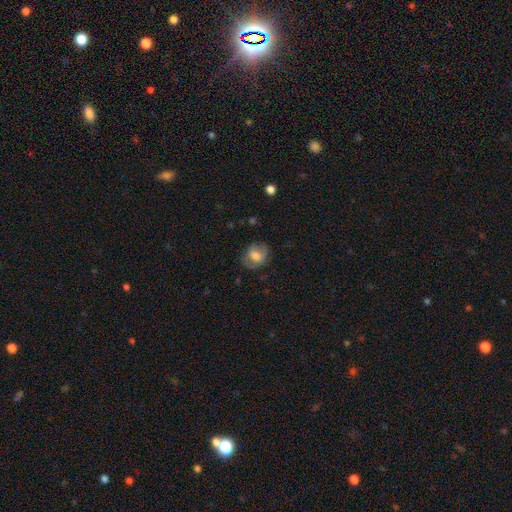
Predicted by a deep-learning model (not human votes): smooth-or-featured: smooth: 68% | featured or disk: 23% | star or artifact: 9%
  how-rounded: round: 58% | in between: 41% | cigar-shaped: 1%
  merging: none: 68% | minor disturbance: 21% | major disturbance: 10% | merger: 1%